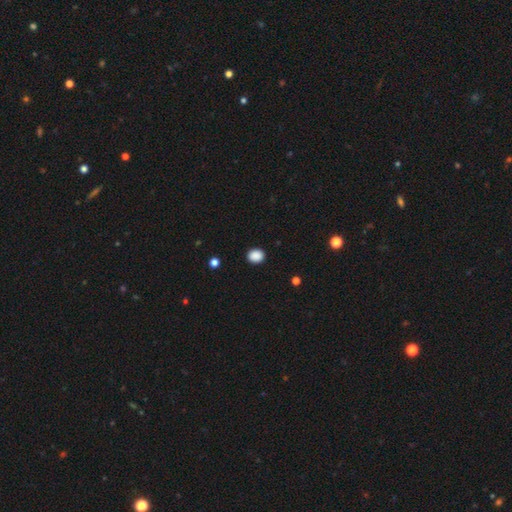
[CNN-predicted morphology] smooth-or-featured: smooth: 88% | star or artifact: 9% | featured or disk: 2%
  how-rounded: round: 57% | in between: 42% | cigar-shaped: 1%
  merging: none: 90% | minor disturbance: 7% | major disturbance: 2% | merger: 1%